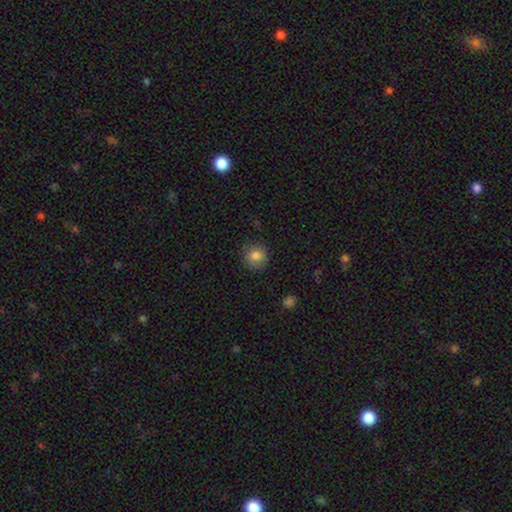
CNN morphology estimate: This is clearly a smooth galaxy (83%). How rounded: clearly round (85%). Merging: clearly none (83%).